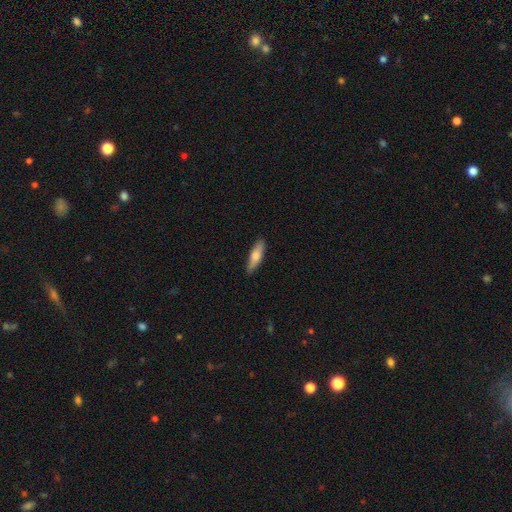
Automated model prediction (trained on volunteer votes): Smooth or featured?
  - smooth: 71% *
  - featured or disk: 24%
  - star or artifact: 5%
How rounded?
  - cigar-shaped: 65% *
  - in between: 33%
  - round: 2%
Merging?
  - none: 88% *
  - minor disturbance: 9%
  - major disturbance: 2%
  - merger: 1%